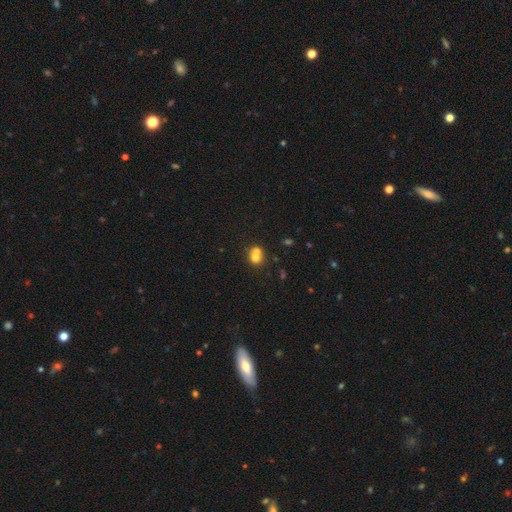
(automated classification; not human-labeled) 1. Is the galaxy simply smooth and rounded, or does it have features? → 70% smooth, 18% featured or disk, 12% star or artifact.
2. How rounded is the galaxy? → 69% round, 29% in between, 1% cigar-shaped.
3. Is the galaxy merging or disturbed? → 58% merger, 30% none, 8% minor disturbance, 4% major disturbance.